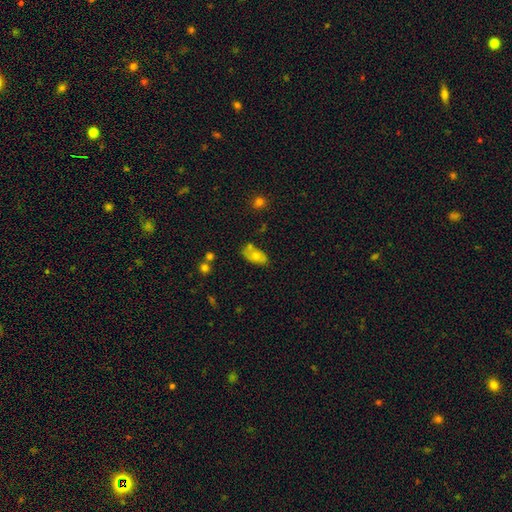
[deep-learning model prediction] A smooth galaxy with no disk features (63%) that is in between round and cigar-shaped (91%). Merging: none (57%).